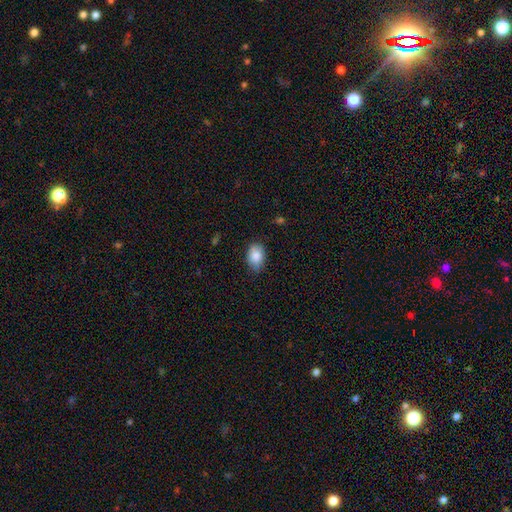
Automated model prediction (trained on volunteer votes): Smooth or featured?
  - smooth: 84% *
  - featured or disk: 8%
  - star or artifact: 7%
How rounded?
  - in between: 83% *
  - round: 16%
  - cigar-shaped: 1%
Merging?
  - none: 75% *
  - minor disturbance: 21%
  - major disturbance: 3%
  - merger: 1%